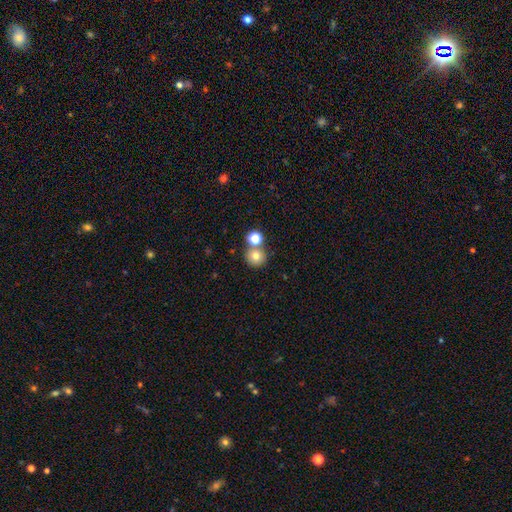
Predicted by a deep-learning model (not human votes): Smooth or featured? smooth (76%)
How rounded? round (91%)
Merging? none (64%)